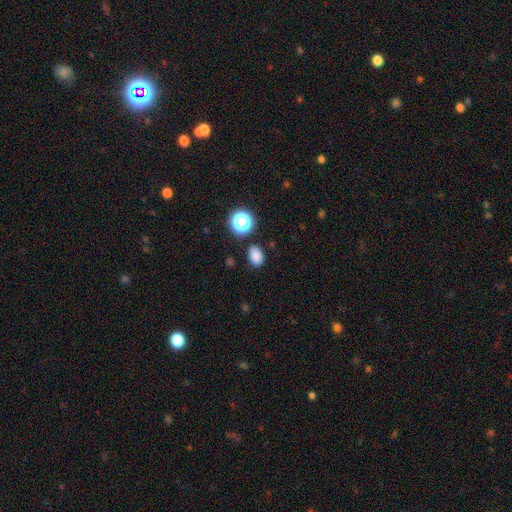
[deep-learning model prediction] Smooth or featured? Predicted: smooth (p=0.83). How rounded? Predicted: in between (p=0.73). Merging? Predicted: none (p=0.85).